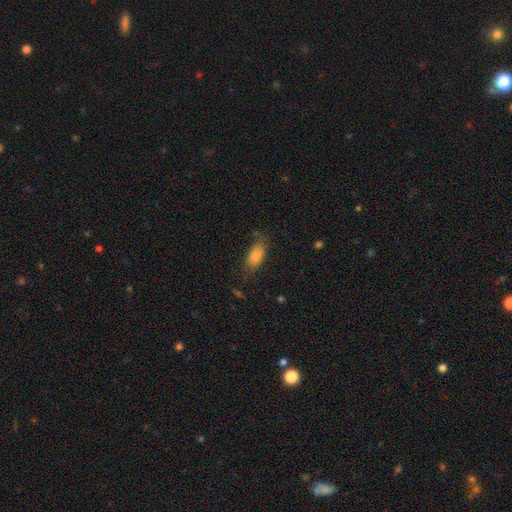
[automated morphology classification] This appears to be a smooth galaxy with no disk features (85%) that is in between round and cigar-shaped (86%). Merging: none (66%).